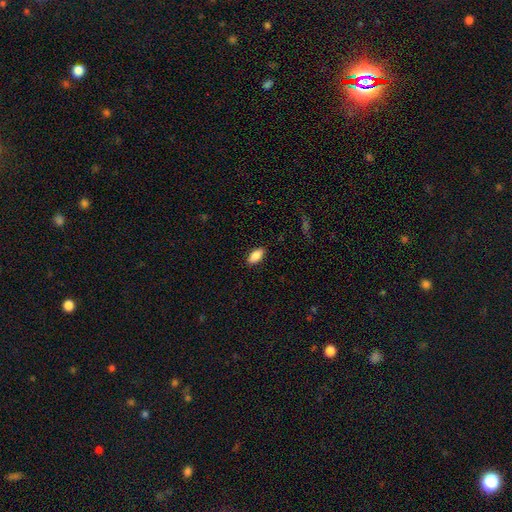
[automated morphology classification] smooth-or-featured: smooth: 88% | star or artifact: 7% | featured or disk: 5%
  how-rounded: in between: 91% | cigar-shaped: 6% | round: 3%
  merging: none: 88% | minor disturbance: 9% | major disturbance: 2% | merger: 1%